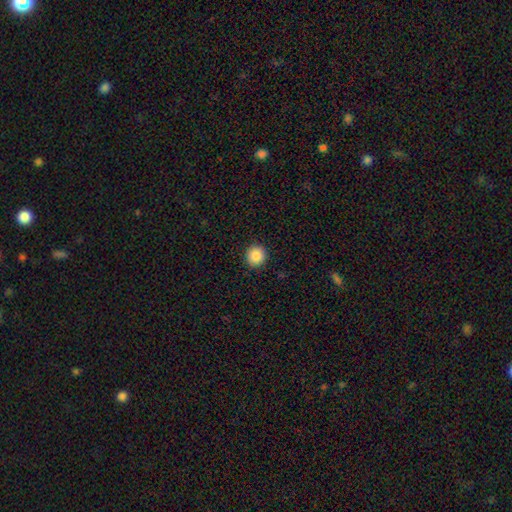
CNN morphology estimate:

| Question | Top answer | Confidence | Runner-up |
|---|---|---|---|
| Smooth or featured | smooth | 87% | star or artifact (9%) |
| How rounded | round | 93% | in between (6%) |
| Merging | none | 92% | minor disturbance (5%) |